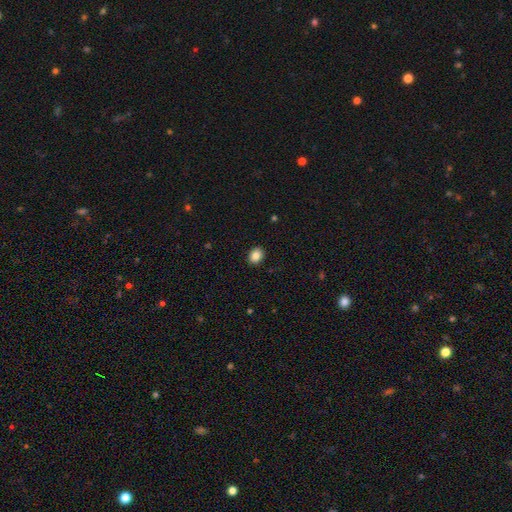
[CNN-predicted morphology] type=smooth (85%); roundness=in between (50%); merging=none (91%).